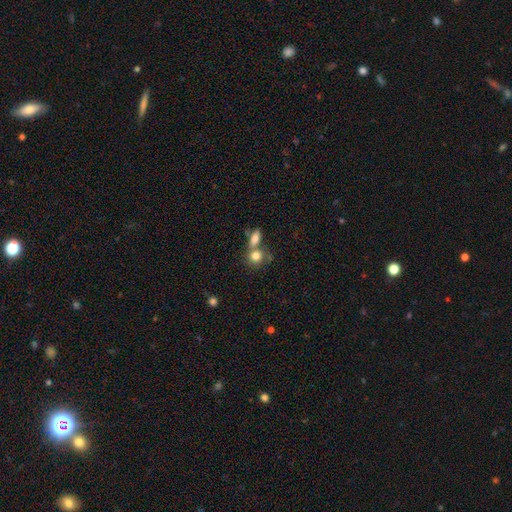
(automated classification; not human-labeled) Smooth or featured?
  - smooth: 81% *
  - featured or disk: 10%
  - star or artifact: 9%
How rounded?
  - round: 72% *
  - in between: 26%
  - cigar-shaped: 2%
Merging?
  - none: 44% *
  - merger: 42%
  - minor disturbance: 9%
  - major disturbance: 4%